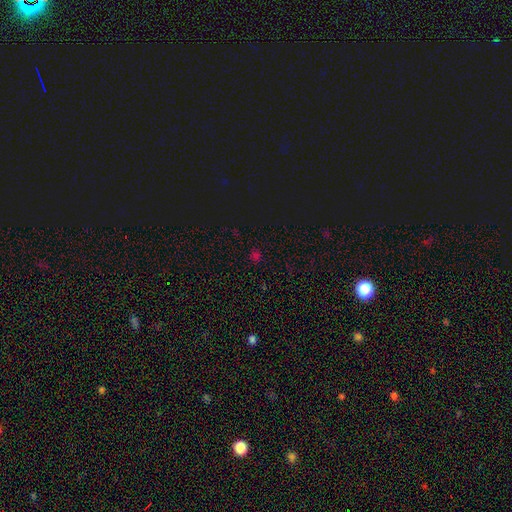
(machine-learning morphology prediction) A smooth galaxy with no disk features (48%). Merging: none (85%).